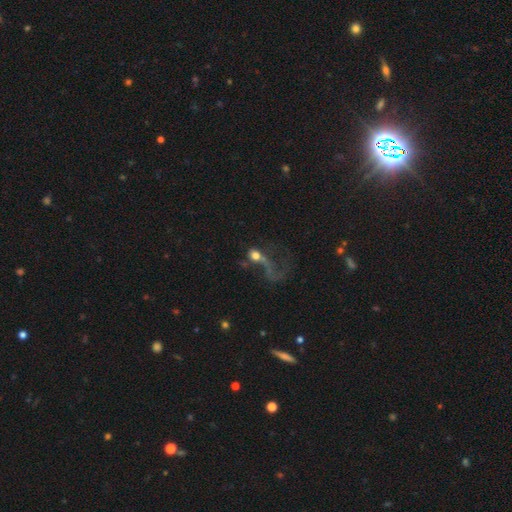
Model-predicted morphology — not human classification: Overall: smooth (49%; featured or disk 36%). Merging: major disturbance (58%; none 18%).